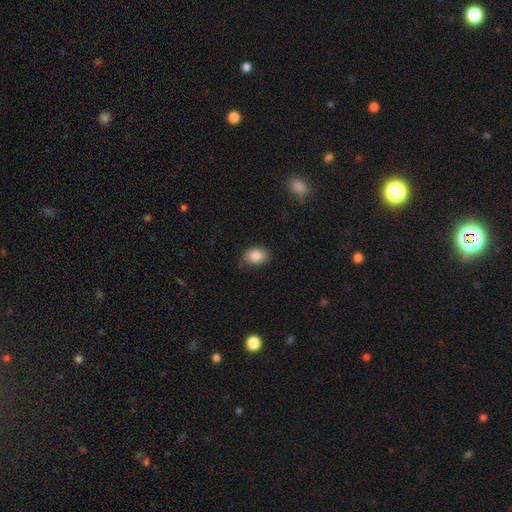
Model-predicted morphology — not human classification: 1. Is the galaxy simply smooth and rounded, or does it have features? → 87% smooth, 8% star or artifact, 5% featured or disk.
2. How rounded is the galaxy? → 79% in between, 20% round, 1% cigar-shaped.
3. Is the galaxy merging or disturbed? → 79% none, 16% minor disturbance, 3% major disturbance, 1% merger.